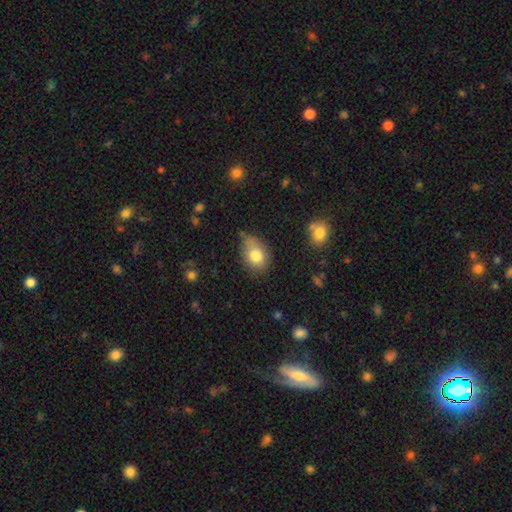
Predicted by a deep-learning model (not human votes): The model was most divided on "merging": none: 59%, minor disturbance: 29%, major disturbance: 7%, merger: 5%. More confident: smooth or featured — smooth (80%); how rounded — in between (73%).